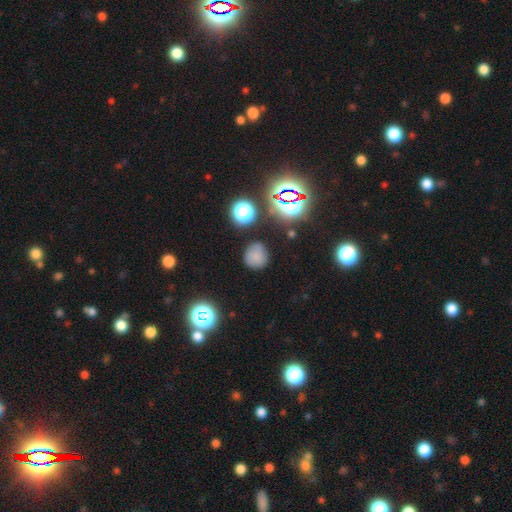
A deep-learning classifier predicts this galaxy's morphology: The model was most divided on "smooth or featured": smooth: 71%, star or artifact: 19%, featured or disk: 10%. More confident: how rounded — round (86%); merging — none (74%).